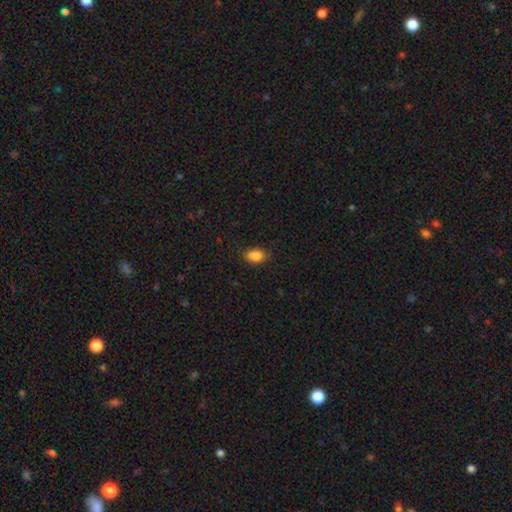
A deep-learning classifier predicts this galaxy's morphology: Smooth or featured?
  - smooth: 85% *
  - star or artifact: 9%
  - featured or disk: 6%
How rounded?
  - in between: 84% *
  - round: 13%
  - cigar-shaped: 2%
Merging?
  - none: 76% *
  - minor disturbance: 19%
  - major disturbance: 4%
  - merger: 2%